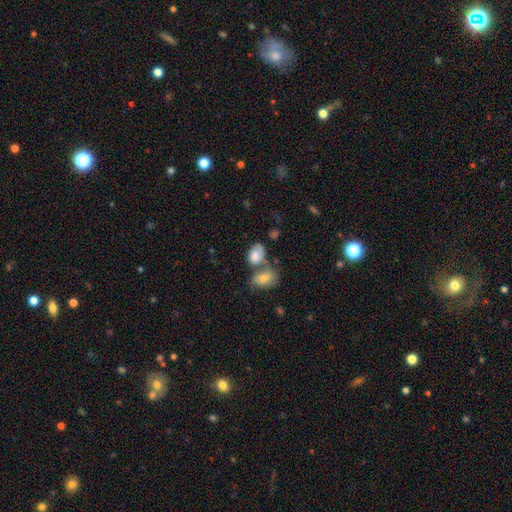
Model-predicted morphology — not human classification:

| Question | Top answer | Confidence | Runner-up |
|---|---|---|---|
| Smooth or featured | smooth | 77% | featured or disk (15%) |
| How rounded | in between | 84% | round (15%) |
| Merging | merger | 48% | none (29%) |